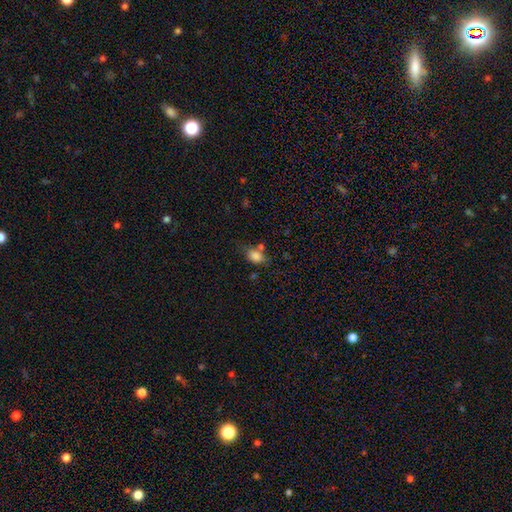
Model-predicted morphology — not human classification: A smooth galaxy with no disk features (83%) that is in between round and cigar-shaped (78%). Merging: none (55%).